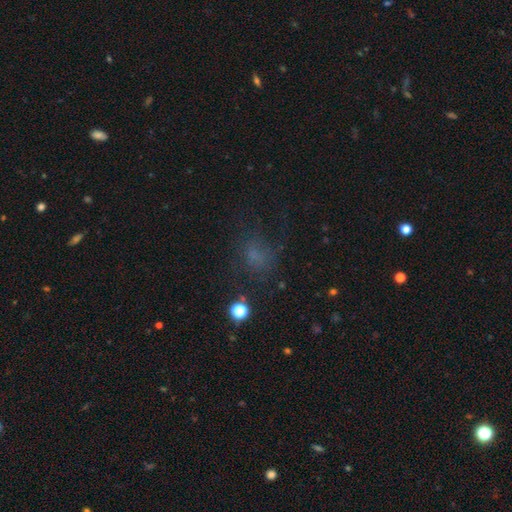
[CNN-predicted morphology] The model was most divided on "how rounded": round: 54%, in between: 44%, cigar-shaped: 2%. More confident: merging — none (58%); smooth or featured — smooth (54%).